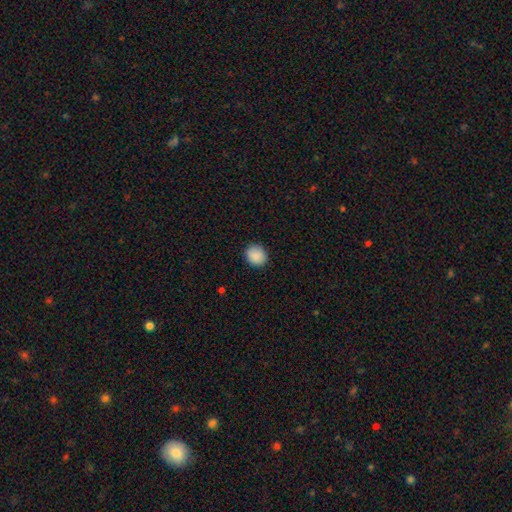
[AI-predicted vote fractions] The model was most divided on "how rounded": round: 77%, in between: 22%, cigar-shaped: 1%. More confident: merging — none (89%); smooth or featured — smooth (89%).